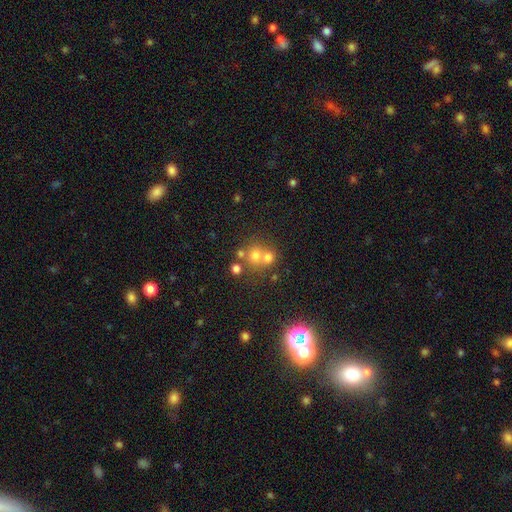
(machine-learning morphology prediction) Overall: smooth (66%). How rounded: round (84%). Merging: merger (47%; none 43%).